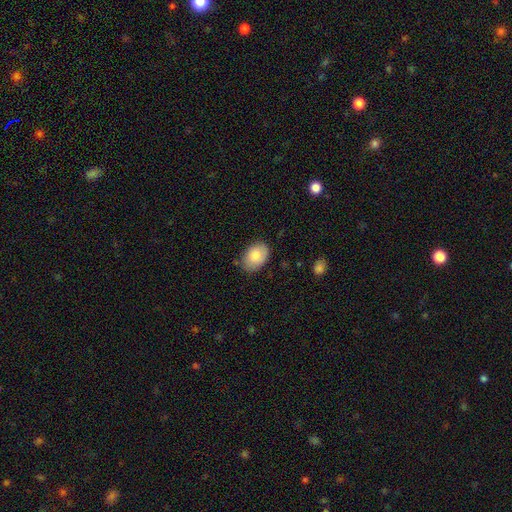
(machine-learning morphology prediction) smooth-or-featured: smooth: 82% | featured or disk: 11% | star or artifact: 7%
  how-rounded: in between: 85% | round: 14% | cigar-shaped: 1%
  merging: none: 78% | minor disturbance: 17% | major disturbance: 3% | merger: 1%